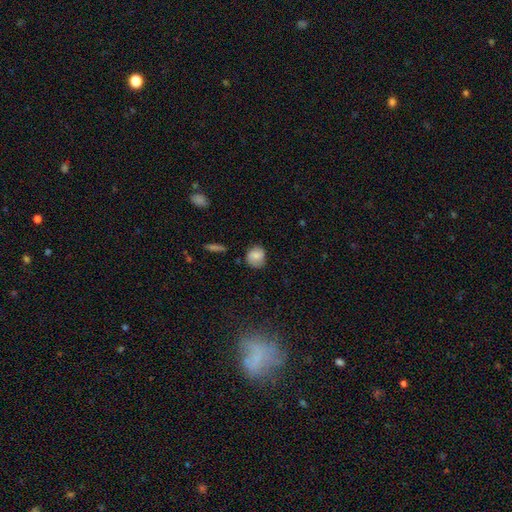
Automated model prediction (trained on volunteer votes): Smooth or featured? smooth (81%)
How rounded? round (82%)
Merging? none (73%)